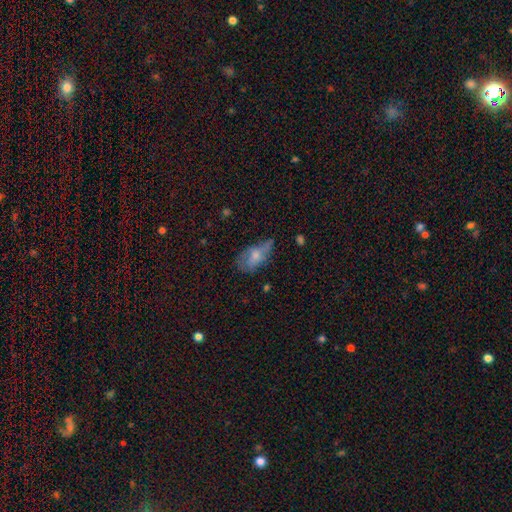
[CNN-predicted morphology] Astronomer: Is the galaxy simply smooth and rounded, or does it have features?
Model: smooth — 60%.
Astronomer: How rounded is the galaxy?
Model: in between — 88%.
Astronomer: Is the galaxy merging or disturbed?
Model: none — 38% (runner-up: minor disturbance, 35%).